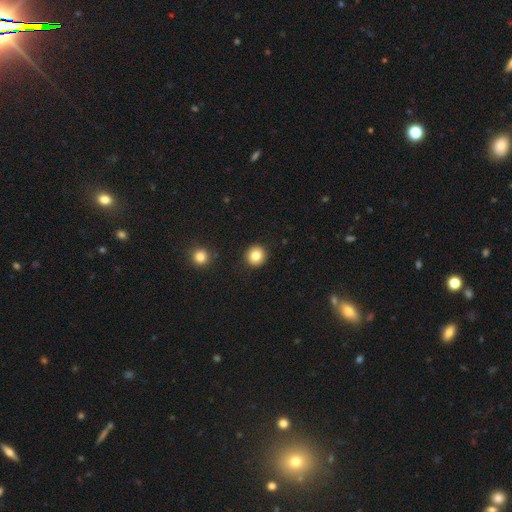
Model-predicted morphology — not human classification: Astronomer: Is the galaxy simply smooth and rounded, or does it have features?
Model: smooth — 83%.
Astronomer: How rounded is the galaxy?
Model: round — 93%.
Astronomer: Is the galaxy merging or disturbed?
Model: none — 92%.